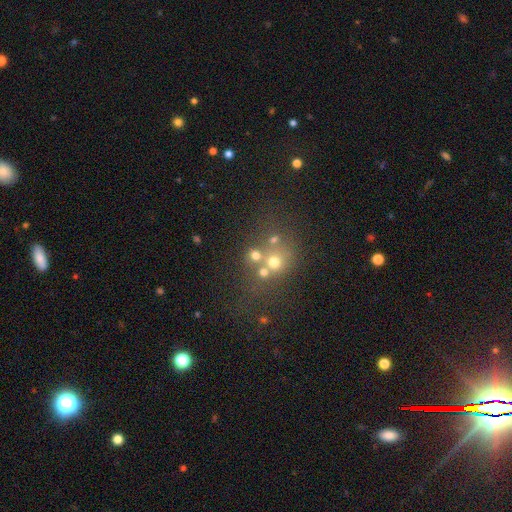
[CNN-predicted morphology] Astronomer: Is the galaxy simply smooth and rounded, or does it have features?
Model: smooth — 58%.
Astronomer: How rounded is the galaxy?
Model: round — 80%.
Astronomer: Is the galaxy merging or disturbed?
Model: none — 50% (runner-up: merger, 34%).